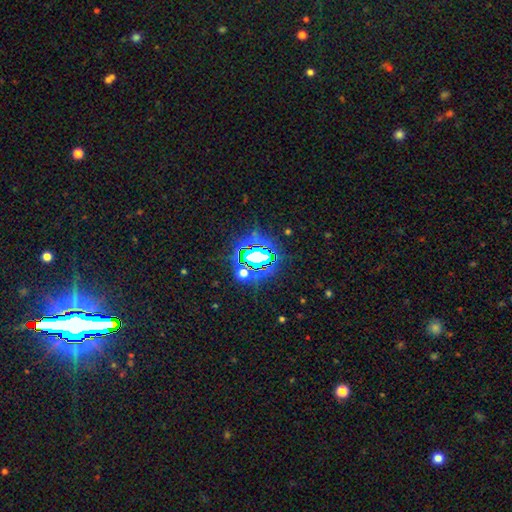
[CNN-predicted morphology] smooth_or_featured: star or artifact (p=0.75) [alt: smooth p=0.15]